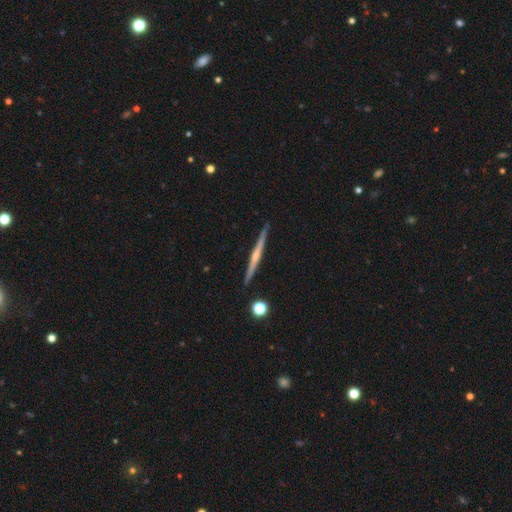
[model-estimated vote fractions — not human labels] Smooth or featured? featured or disk (73%)
Edge-on disk? yes (98%)
Edge-on bulge? rounded (63%)
Merging? none (92%)